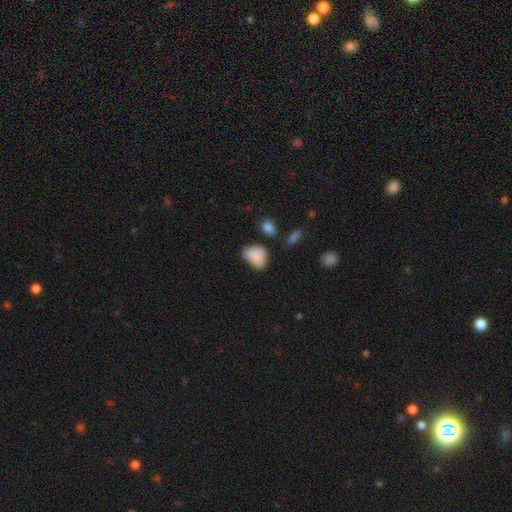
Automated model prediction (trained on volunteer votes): A smooth galaxy with no disk features (84%) that is in between round and cigar-shaped (77%). Merging: none (44%).